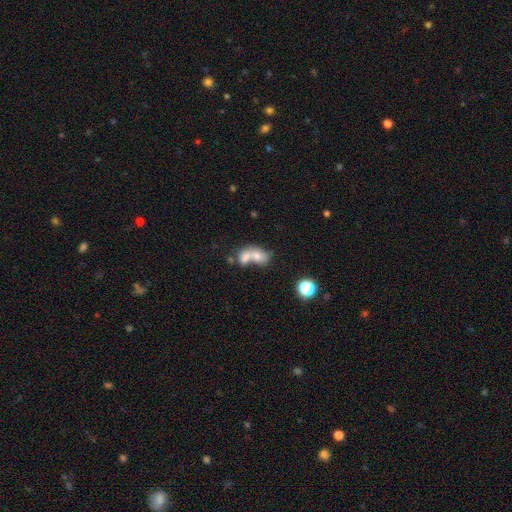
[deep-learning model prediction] Morphology: type=smooth (68%); roundness=in between (73%); merging=merger (73%).